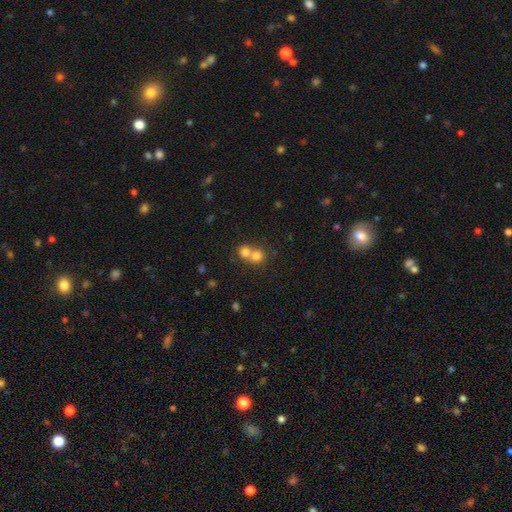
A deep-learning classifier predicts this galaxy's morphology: type=smooth (75%); roundness=round (83%); merging=merger (61%).